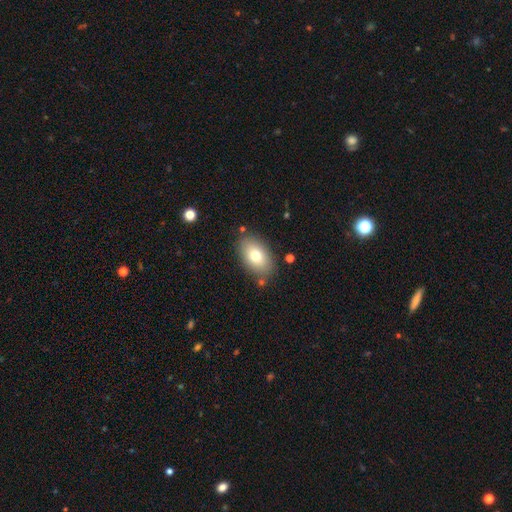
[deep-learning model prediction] Smooth or featured? Predicted: smooth (p=0.76). How rounded? Predicted: in between (p=0.90). Merging? Predicted: none (p=0.81).